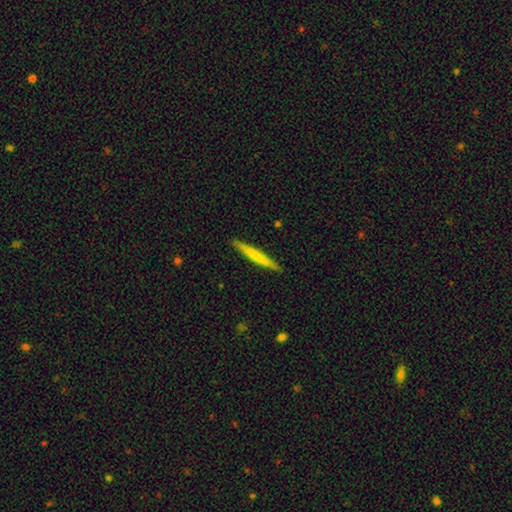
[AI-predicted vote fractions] Q: Smooth or featured?
A: smooth (63%); runner-up: featured or disk (32%)
Q: How rounded?
A: cigar-shaped (96%); runner-up: in between (2%)
Q: Merging?
A: none (91%); runner-up: minor disturbance (7%)